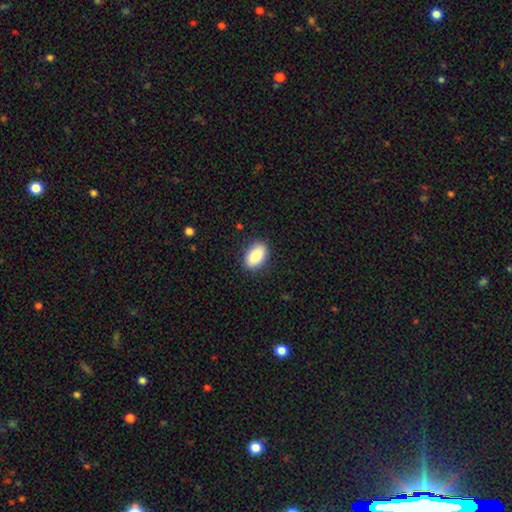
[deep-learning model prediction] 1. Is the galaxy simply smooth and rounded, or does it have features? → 85% smooth, 8% featured or disk, 7% star or artifact.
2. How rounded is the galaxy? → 91% in between, 8% round, 2% cigar-shaped.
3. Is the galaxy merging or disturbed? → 87% none, 10% minor disturbance, 2% major disturbance, 1% merger.